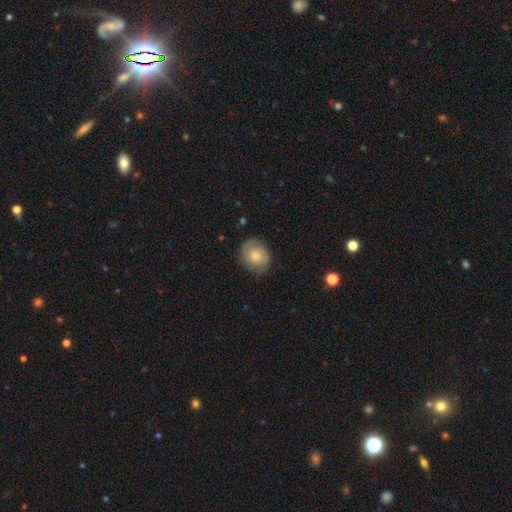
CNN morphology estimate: Smooth or featured?
  - smooth: 56% *
  - featured or disk: 37%
  - star or artifact: 7%
How rounded?
  - round: 68% *
  - in between: 31%
  - cigar-shaped: 1%
Merging?
  - none: 75% *
  - minor disturbance: 19%
  - major disturbance: 5%
  - merger: 1%